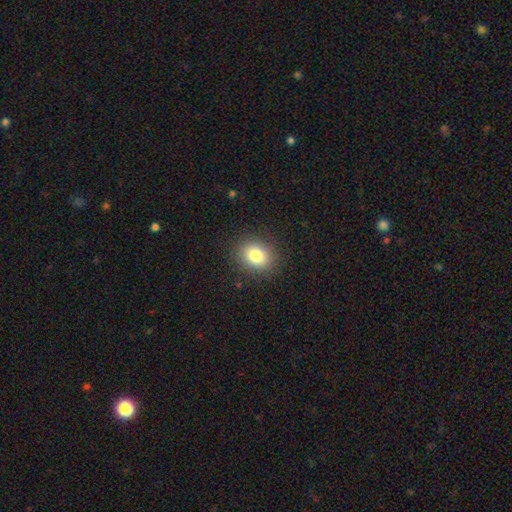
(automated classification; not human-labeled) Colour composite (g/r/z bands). It shows a smooth galaxy with no disk features (82%) that is round (52%). Merging: none (88%).